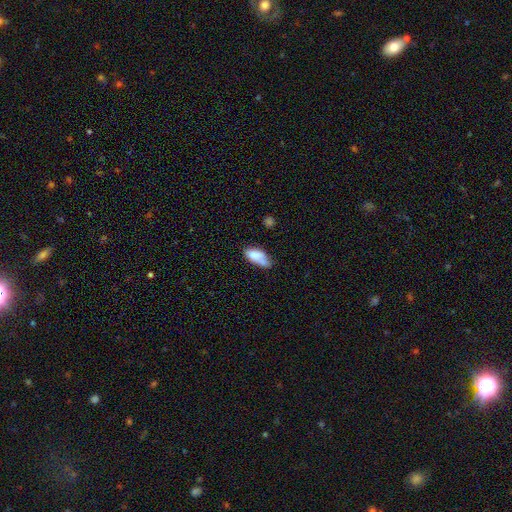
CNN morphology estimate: This appears to be a smooth galaxy with no disk features (79%) that is in between round and cigar-shaped (84%). Merging: none (44%).